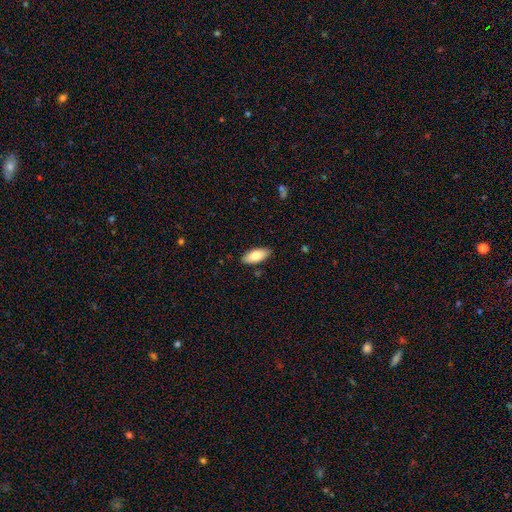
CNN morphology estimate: Smooth or featured?
  - smooth: 81% *
  - featured or disk: 13%
  - star or artifact: 6%
How rounded?
  - in between: 85% *
  - cigar-shaped: 13%
  - round: 2%
Merging?
  - none: 88% *
  - minor disturbance: 9%
  - major disturbance: 2%
  - merger: 1%